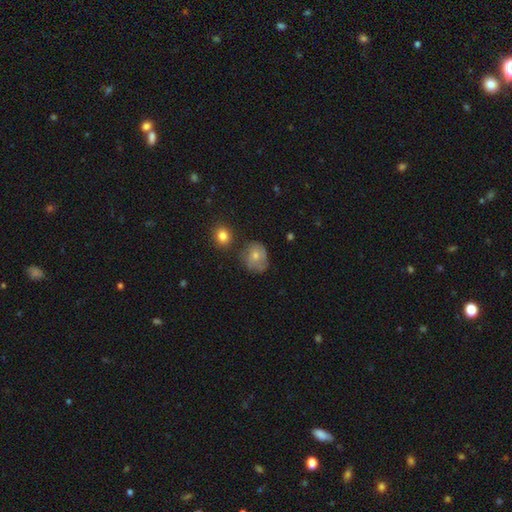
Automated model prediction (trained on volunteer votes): smooth-or-featured: smooth: 61% | featured or disk: 30% | star or artifact: 9%
  how-rounded: round: 69% | in between: 30% | cigar-shaped: 1%
  merging: none: 60% | minor disturbance: 26% | major disturbance: 9% | merger: 5%